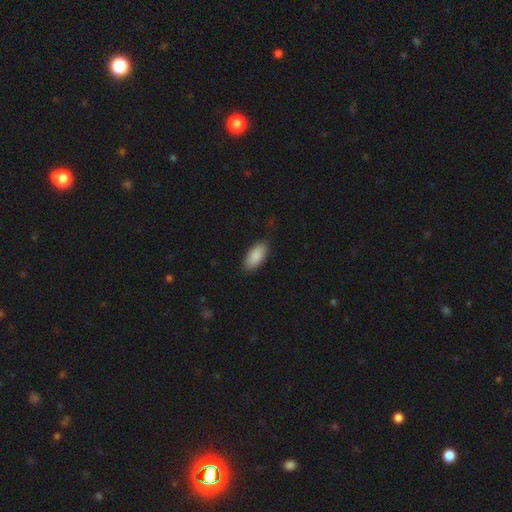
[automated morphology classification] A smooth galaxy with no disk features (90%) that is in between round and cigar-shaped (91%).

Vote fractions:
- Smooth or featured? smooth: 90% / star or artifact: 6% / featured or disk: 4%
- How rounded? in between: 91% / cigar-shaped: 7% / round: 2%
- Merging? none: 85% / minor disturbance: 11% / major disturbance: 2% / merger: 1%